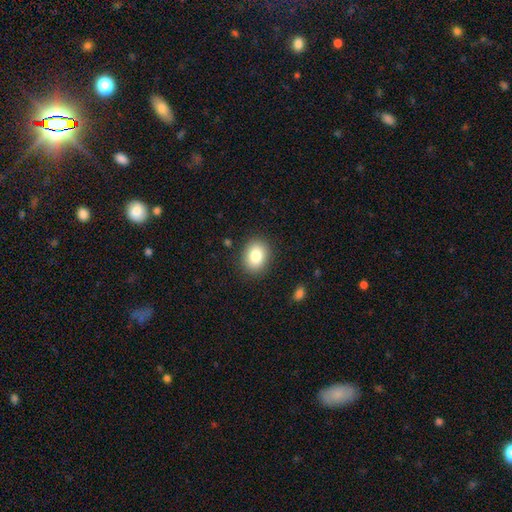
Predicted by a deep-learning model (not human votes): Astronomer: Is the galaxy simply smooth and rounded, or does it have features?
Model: smooth — 83%.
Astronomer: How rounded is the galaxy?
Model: in between — 58% (runner-up: round, 41%).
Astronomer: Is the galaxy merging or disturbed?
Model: none — 88%.